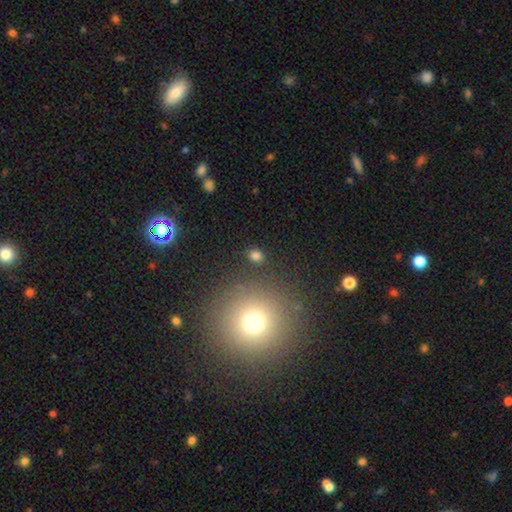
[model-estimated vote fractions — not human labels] Morphology: type=smooth (78%); roundness=in between (51%); merging=none (84%).